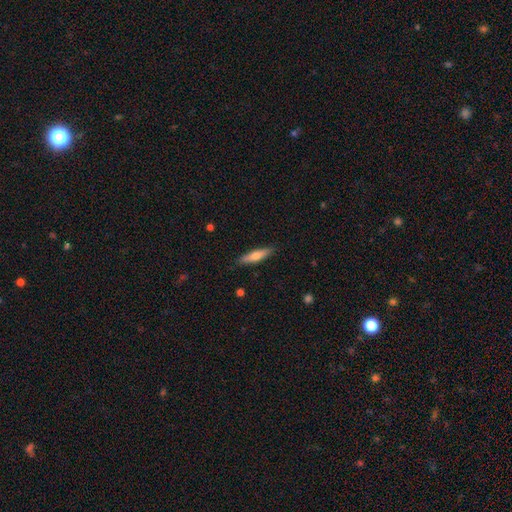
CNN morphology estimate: A smooth galaxy with no disk features (61%) that is cigar-shaped (78%).

Vote fractions:
- Smooth or featured? smooth: 61% / featured or disk: 33% / star or artifact: 6%
- How rounded? cigar-shaped: 78% / in between: 20% / round: 2%
- Merging? none: 88% / minor disturbance: 9% / major disturbance: 2% / merger: 1%